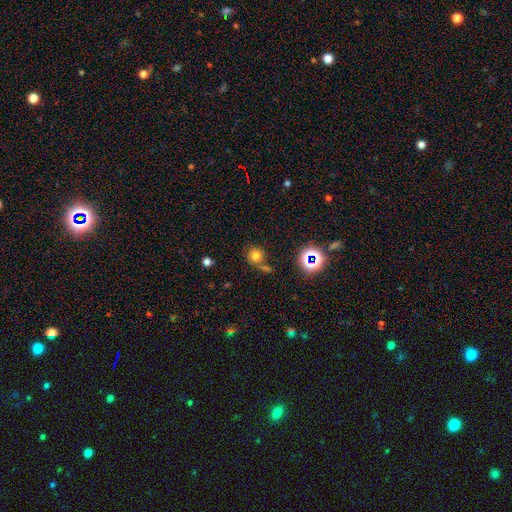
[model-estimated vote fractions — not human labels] Morphology: type=smooth (71%); roundness=round (87%); merging=none (60%).